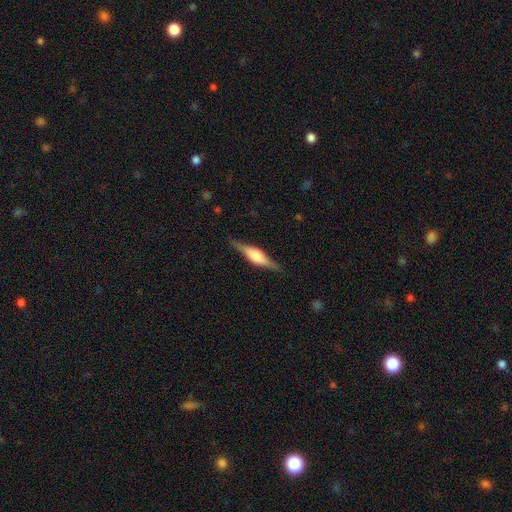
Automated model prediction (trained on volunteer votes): Morphology: type=featured or disk (69%); edge-on=yes (97%); edge-on bulge=rounded (75%); merging=none (87%).